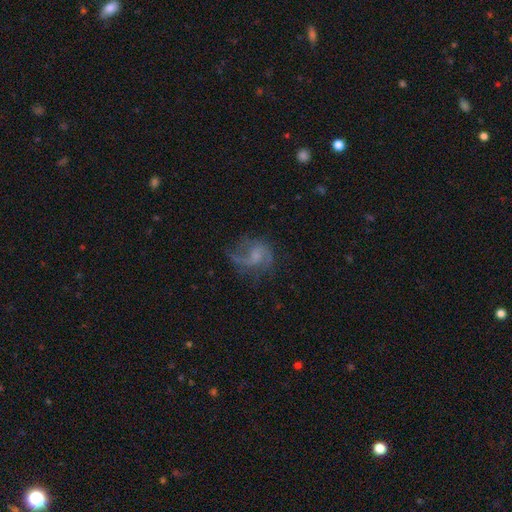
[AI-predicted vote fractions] This is likely a featured or disk galaxy (74%). It is clearly not viewed edge-on (98%). Bar: possibly no (56%). Spiral arm pattern: clearly yes (90%). Spiral arm count: likely 2 (66%). Spiral winding: possibly medium (46%). Central bulge: possibly small (48%). Merging: possibly none (56%).